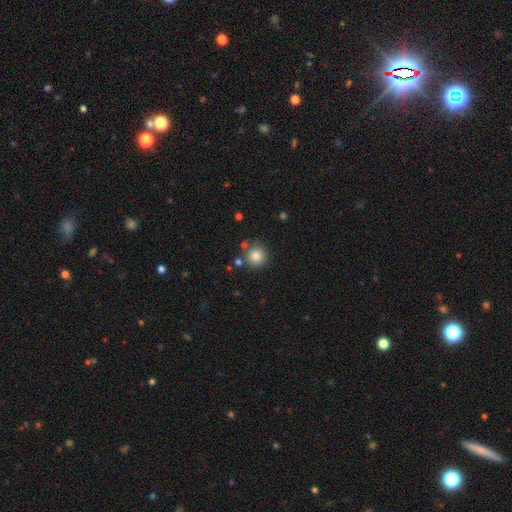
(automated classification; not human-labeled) smooth 83%, star or artifact 11%, featured or disk 6%. Down the decision tree: how rounded — round (94%); merging — none (82%).